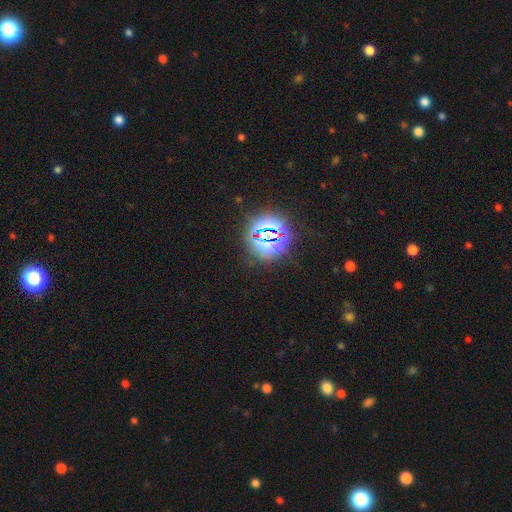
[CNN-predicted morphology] A star or artifact, not a galaxy (82%).